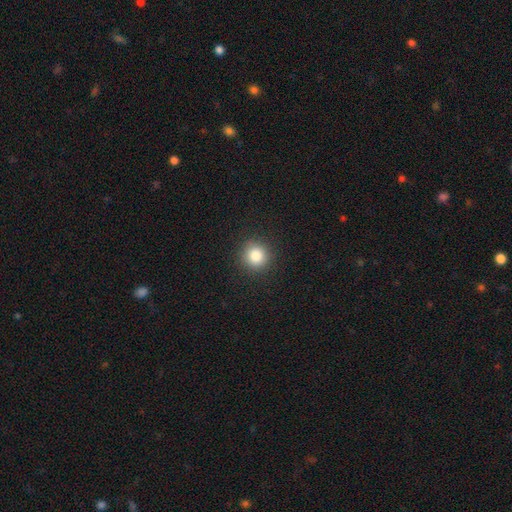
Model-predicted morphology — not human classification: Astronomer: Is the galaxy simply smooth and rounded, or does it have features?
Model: smooth — 84%.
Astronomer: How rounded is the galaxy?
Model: round — 93%.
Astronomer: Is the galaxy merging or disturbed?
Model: none — 91%.